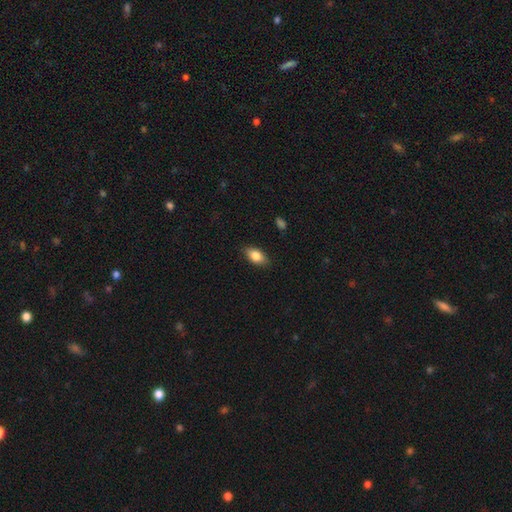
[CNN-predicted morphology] Smooth or featured?
  - smooth: 82% *
  - featured or disk: 11%
  - star or artifact: 7%
How rounded?
  - in between: 89% *
  - round: 6%
  - cigar-shaped: 5%
Merging?
  - none: 86% *
  - minor disturbance: 11%
  - major disturbance: 2%
  - merger: 1%